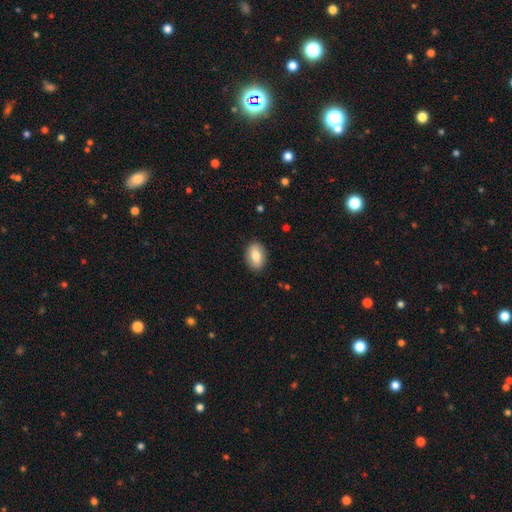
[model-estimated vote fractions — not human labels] smooth-or-featured: smooth: 79% | featured or disk: 14% | star or artifact: 7%
  how-rounded: in between: 84% | round: 15% | cigar-shaped: 1%
  merging: none: 88% | minor disturbance: 9% | major disturbance: 2% | merger: 1%